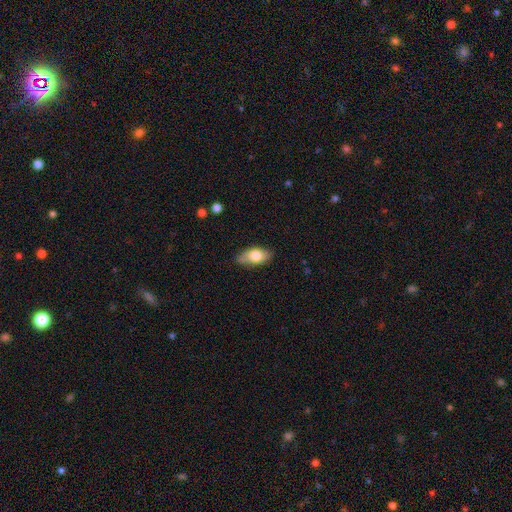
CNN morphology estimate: A smooth galaxy with no disk features (75%) that is in between round and cigar-shaped (90%).

Vote fractions:
- Smooth or featured? smooth: 75% / featured or disk: 18% / star or artifact: 6%
- How rounded? in between: 90% / cigar-shaped: 6% / round: 4%
- Merging? none: 78% / minor disturbance: 18% / major disturbance: 3% / merger: 1%